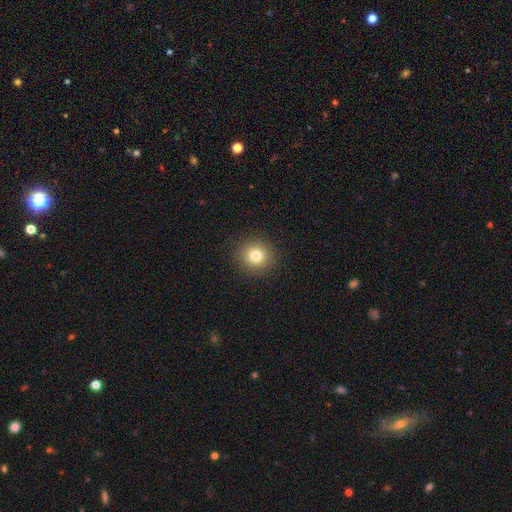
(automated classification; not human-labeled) Smooth or featured? smooth (80%)
How rounded? round (91%)
Merging? none (91%)